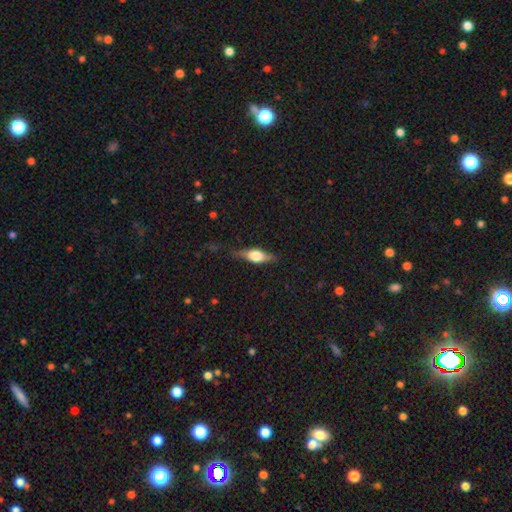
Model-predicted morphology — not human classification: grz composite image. It shows a featured or disk galaxy (51%) viewed edge-on (92%). Merging: none (78%).